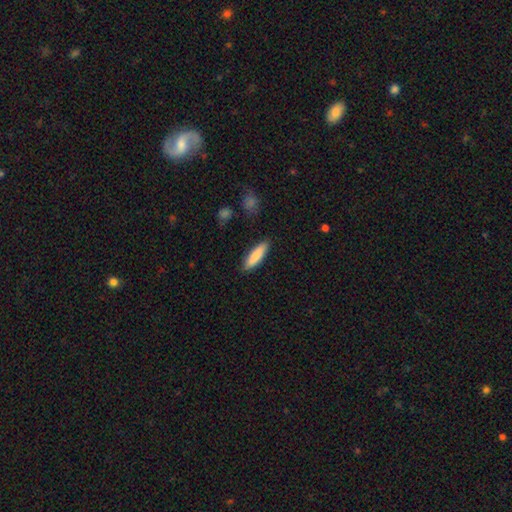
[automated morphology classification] smooth_or_featured: smooth (p=0.85) [alt: featured or disk p=0.10]
how_rounded: cigar-shaped (p=0.68) [alt: in between p=0.31]
merging: none (p=0.88) [alt: minor disturbance p=0.09]